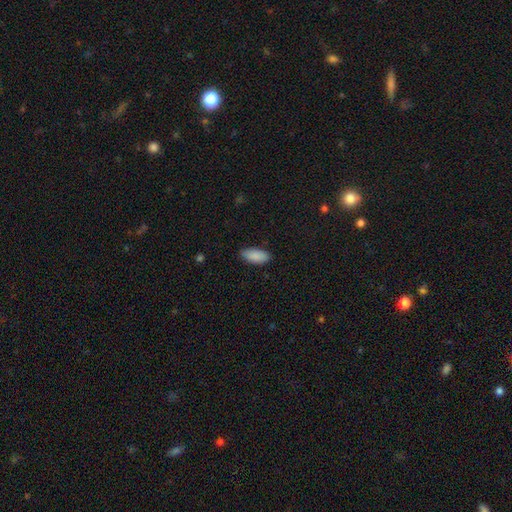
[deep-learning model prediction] A smooth galaxy with no disk features (90%) that is in between round and cigar-shaped (89%).

Vote fractions:
- Smooth or featured? smooth: 90% / star or artifact: 6% / featured or disk: 4%
- How rounded? in between: 89% / cigar-shaped: 9% / round: 2%
- Merging? none: 84% / minor disturbance: 13% / major disturbance: 2% / merger: 1%